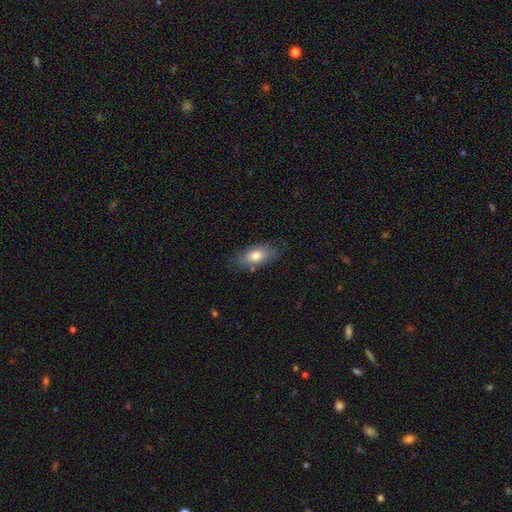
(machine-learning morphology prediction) Q: Smooth or featured?
A: smooth (75%); runner-up: featured or disk (18%)
Q: How rounded?
A: in between (87%); runner-up: cigar-shaped (7%)
Q: Merging?
A: none (73%); runner-up: minor disturbance (20%)